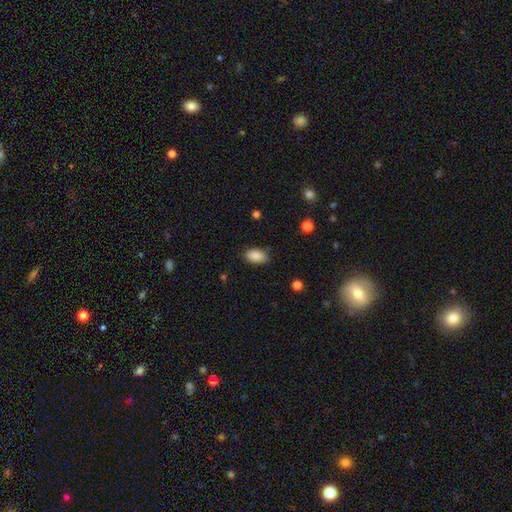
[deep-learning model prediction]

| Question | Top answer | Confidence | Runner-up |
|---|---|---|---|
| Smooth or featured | smooth | 88% | star or artifact (8%) |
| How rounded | in between | 91% | round (7%) |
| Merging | none | 83% | minor disturbance (13%) |